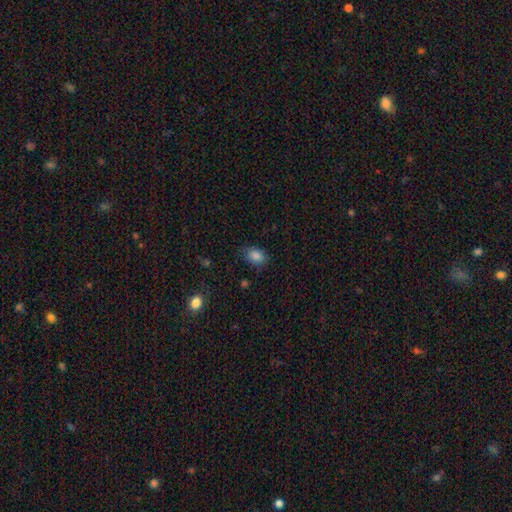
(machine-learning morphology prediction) Q: Smooth or featured?
A: smooth (86%); runner-up: star or artifact (9%)
Q: How rounded?
A: in between (79%); runner-up: round (20%)
Q: Merging?
A: none (75%); runner-up: minor disturbance (19%)